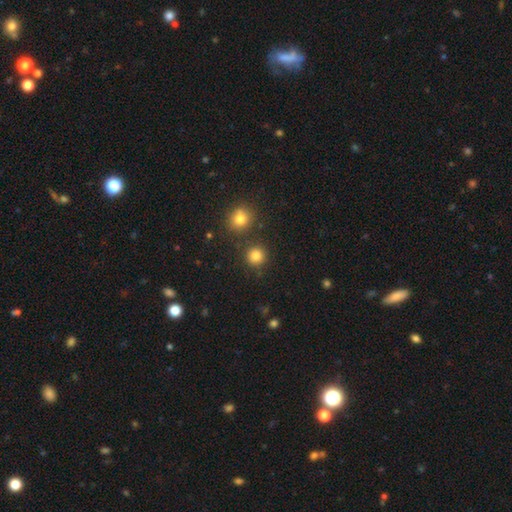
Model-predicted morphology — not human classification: Overall: smooth (82%). How rounded: round (92%). Merging: none (84%).